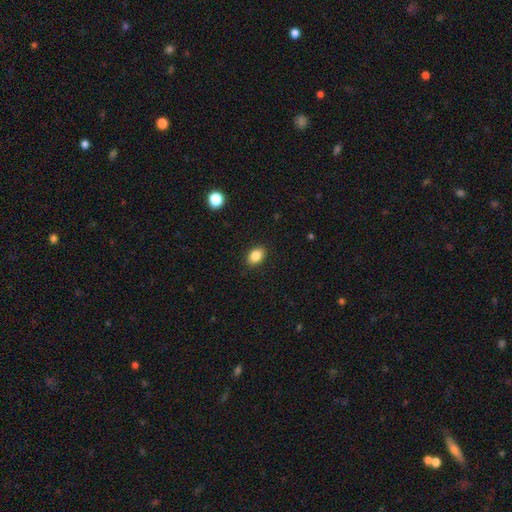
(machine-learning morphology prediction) Smooth or featured?
  - smooth: 85% *
  - star or artifact: 9%
  - featured or disk: 6%
How rounded?
  - in between: 78% *
  - round: 21%
  - cigar-shaped: 1%
Merging?
  - none: 89% *
  - minor disturbance: 8%
  - major disturbance: 2%
  - merger: 1%